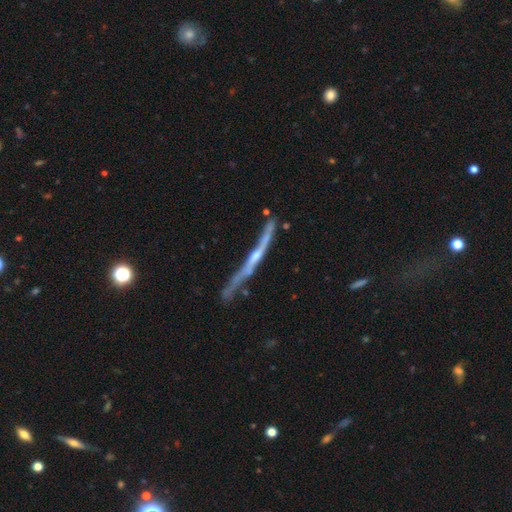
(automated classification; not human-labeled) Morphology: type=featured or disk (78%); edge-on=yes (93%); edge-on bulge=rounded (59%); merging=none (63%).